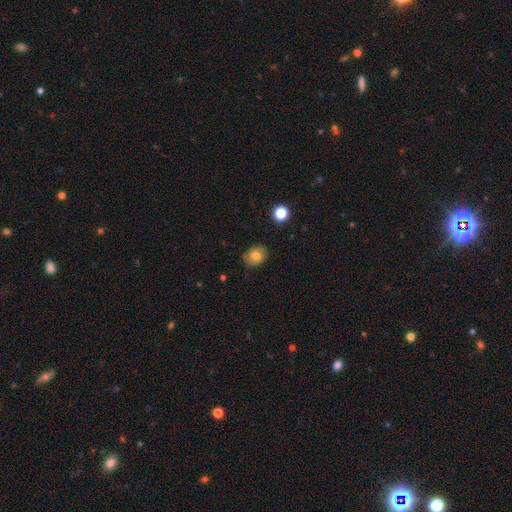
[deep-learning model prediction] smooth 76%, featured or disk 14%, star or artifact 10%. Down the decision tree: how rounded — round (53%); merging — none (81%).